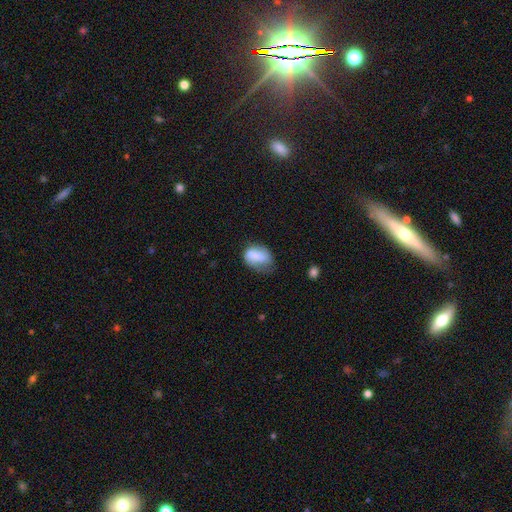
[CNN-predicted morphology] Smooth or featured?
  - smooth: 78% *
  - featured or disk: 14%
  - star or artifact: 8%
How rounded?
  - in between: 82% *
  - round: 17%
  - cigar-shaped: 2%
Merging?
  - minor disturbance: 39% *
  - none: 38%
  - major disturbance: 19%
  - merger: 3%